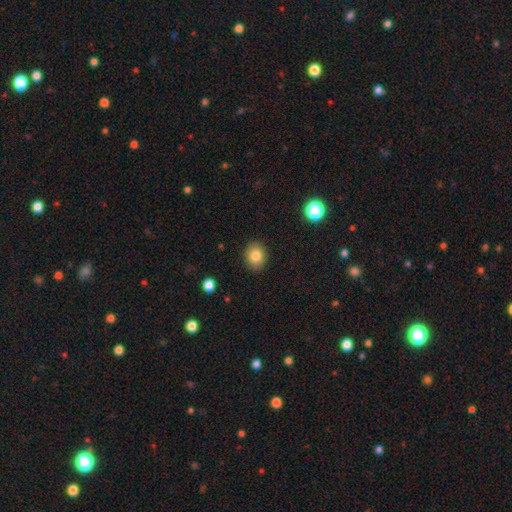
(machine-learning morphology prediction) smooth 82%, star or artifact 10%, featured or disk 8%. Down the decision tree: how rounded — round (62%); merging — none (89%).